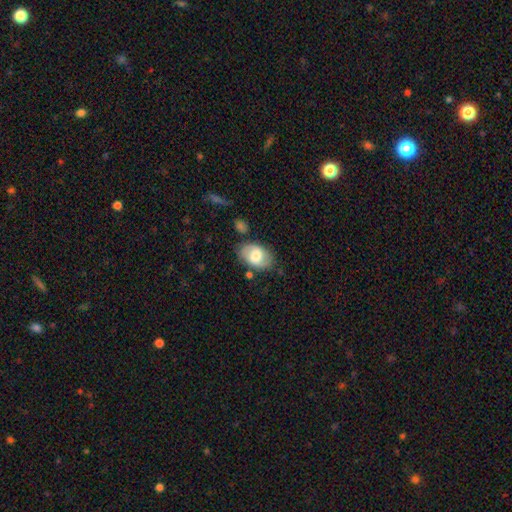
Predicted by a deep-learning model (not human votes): A smooth galaxy with no disk features (67%) that is in between round and cigar-shaped (89%). Merging: none (74%).